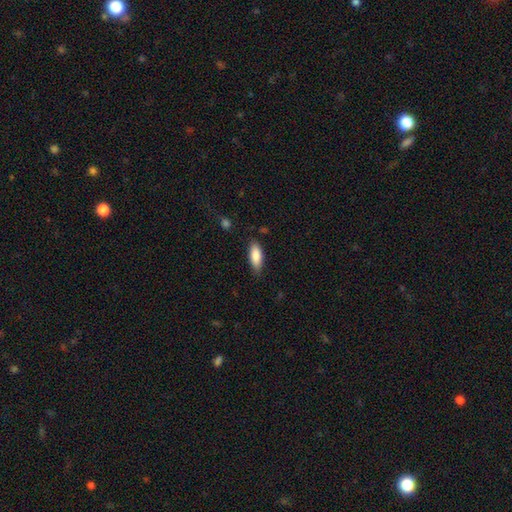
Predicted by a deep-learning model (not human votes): smooth_or_featured: smooth (p=0.85) [alt: featured or disk p=0.09]
how_rounded: in between (p=0.71) [alt: cigar-shaped p=0.27]
merging: none (p=0.81) [alt: minor disturbance p=0.14]